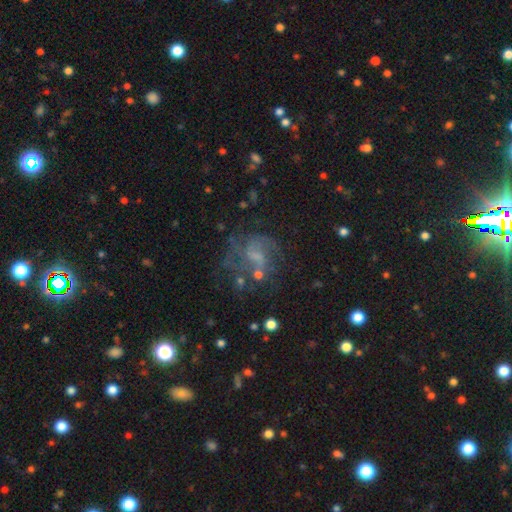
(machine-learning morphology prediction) This is likely a featured or disk galaxy (66%). It is clearly not viewed edge-on (98%). Bar: possibly weak (45%). Spiral arm pattern: clearly yes (81%). Spiral arm count: marginally 2 (34%). Spiral winding: possibly medium (47%). Central bulge: marginally none (37%). Merging: possibly none (51%).